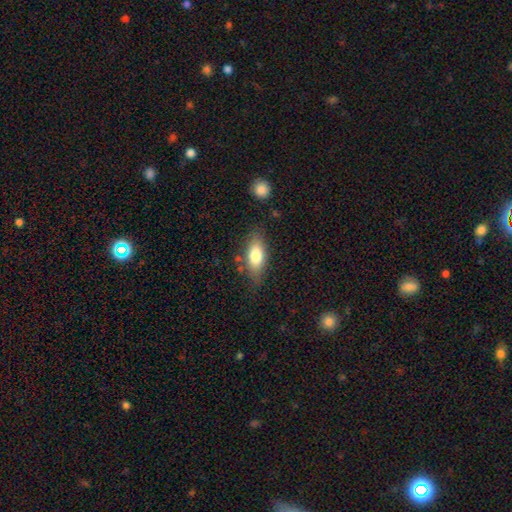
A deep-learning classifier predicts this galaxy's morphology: type=smooth (75%); roundness=in between (79%); merging=none (73%).